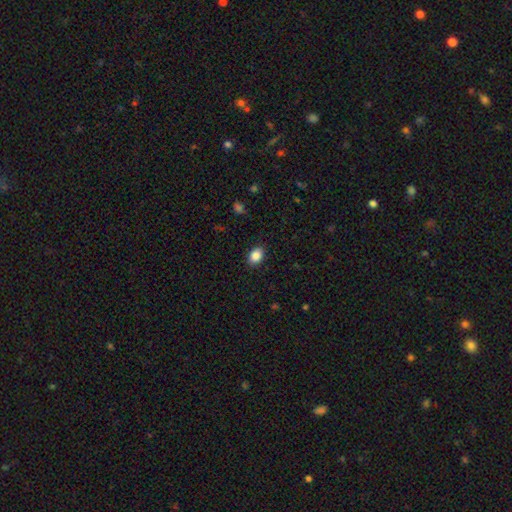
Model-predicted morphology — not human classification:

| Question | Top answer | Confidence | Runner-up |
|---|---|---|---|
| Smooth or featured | smooth | 87% | star or artifact (9%) |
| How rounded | in between | 74% | round (25%) |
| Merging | none | 89% | minor disturbance (8%) |